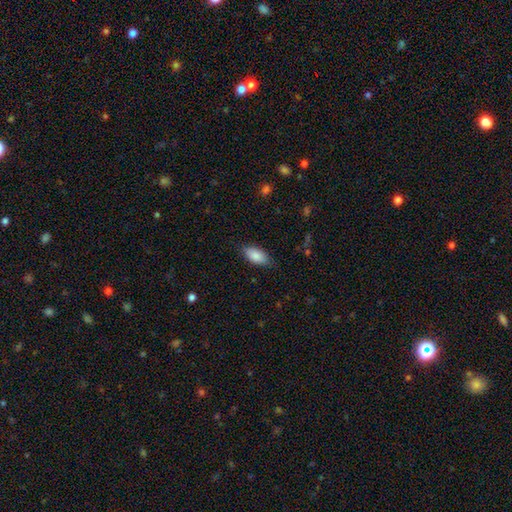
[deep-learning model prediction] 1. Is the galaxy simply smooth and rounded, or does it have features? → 86% smooth, 7% featured or disk, 7% star or artifact.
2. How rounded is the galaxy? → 91% in between, 6% cigar-shaped, 3% round.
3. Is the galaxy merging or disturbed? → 81% none, 15% minor disturbance, 3% major disturbance, 1% merger.